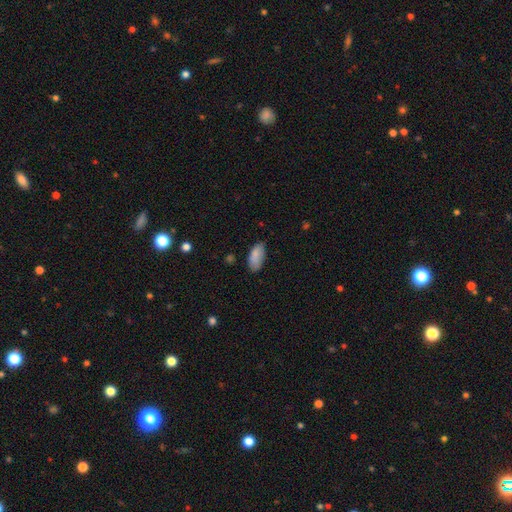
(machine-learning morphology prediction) smooth 85%, featured or disk 8%, star or artifact 7%. Down the decision tree: how rounded — in between (91%); merging — none (69%).